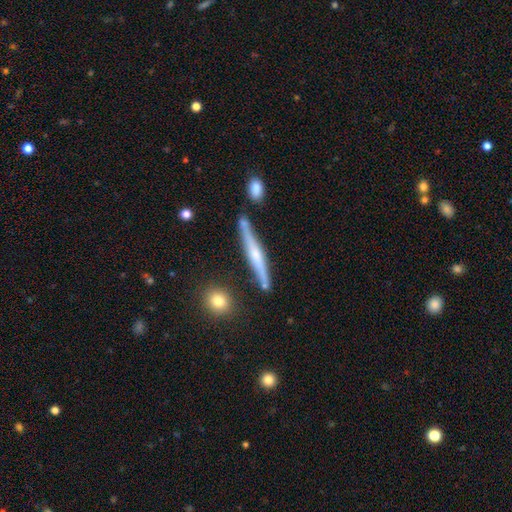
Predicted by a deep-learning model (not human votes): Smooth or featured? featured or disk (66%)
Edge-on disk? yes (96%)
Edge-on bulge? rounded (66%)
Merging? none (80%)